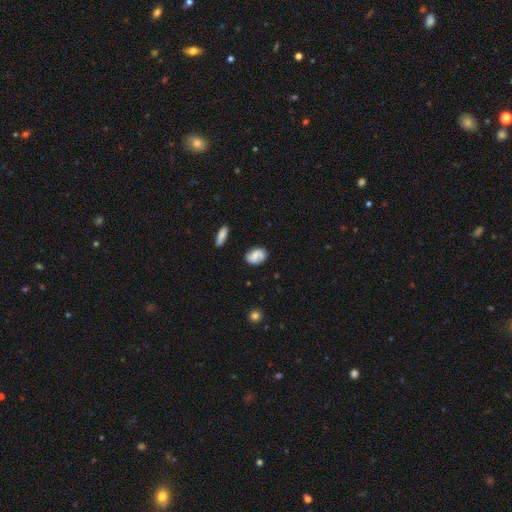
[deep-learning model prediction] Smooth or featured?
  - smooth: 51% *
  - featured or disk: 41%
  - star or artifact: 8%
How rounded?
  - in between: 71% *
  - round: 27%
  - cigar-shaped: 3%
Merging?
  - none: 74% *
  - minor disturbance: 18%
  - major disturbance: 5%
  - merger: 3%